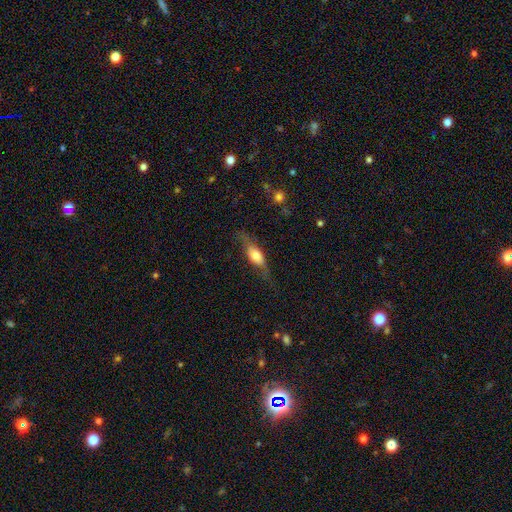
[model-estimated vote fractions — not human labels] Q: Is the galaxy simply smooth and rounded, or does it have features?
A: smooth — 57%.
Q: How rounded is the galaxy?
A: in between — 65%.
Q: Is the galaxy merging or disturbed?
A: none — 64%.